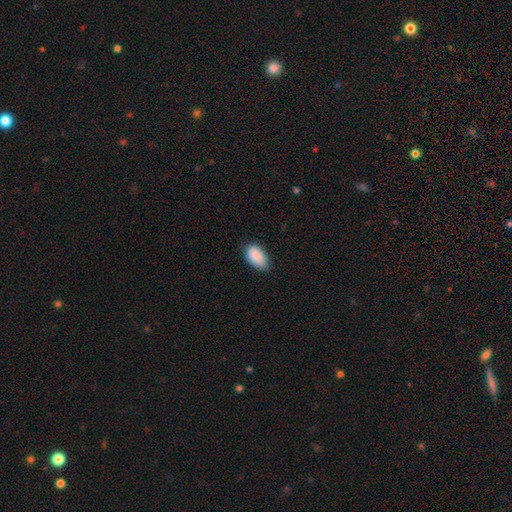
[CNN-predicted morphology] This appears to be a smooth galaxy with no disk features (87%) that is in between round and cigar-shaped (93%). Merging: none (66%).